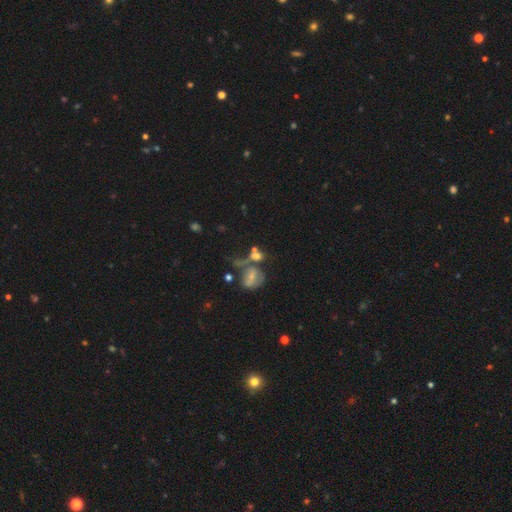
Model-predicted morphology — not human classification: Smooth or featured? Predicted: smooth (p=0.52). How rounded? Predicted: round (p=0.53). Merging? Predicted: merger (p=0.43).